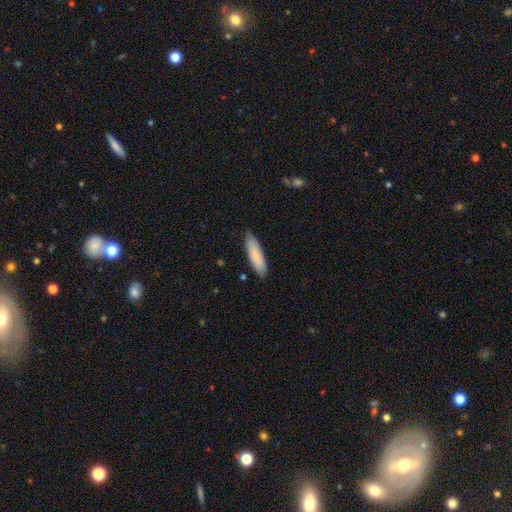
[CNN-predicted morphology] A smooth galaxy with no disk features (84%) that is cigar-shaped (66%).

Vote fractions:
- Smooth or featured? smooth: 84% / featured or disk: 11% / star or artifact: 6%
- How rounded? cigar-shaped: 66% / in between: 32% / round: 1%
- Merging? none: 85% / minor disturbance: 12% / major disturbance: 2% / merger: 1%